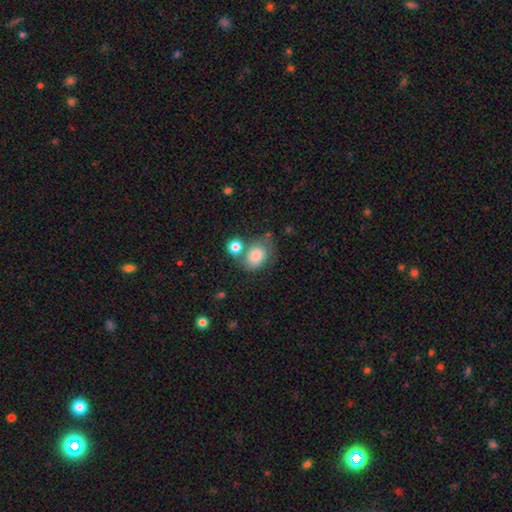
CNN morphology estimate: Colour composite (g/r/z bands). It shows a smooth galaxy with no disk features (78%) that is in between round and cigar-shaped (50%). Merging: none (44%).